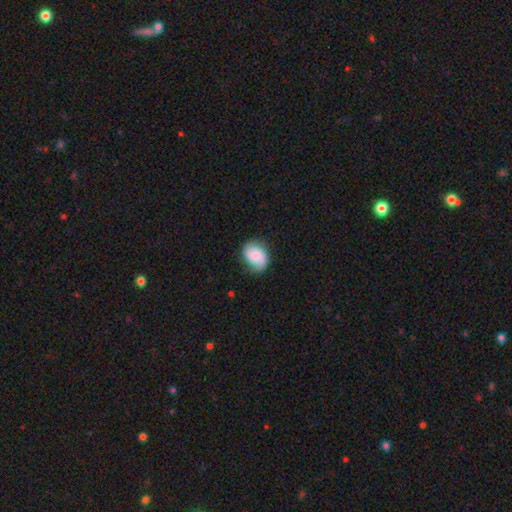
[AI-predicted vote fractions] A smooth galaxy with no disk features (66%) that is in between round and cigar-shaped (68%). Merging: none (71%).